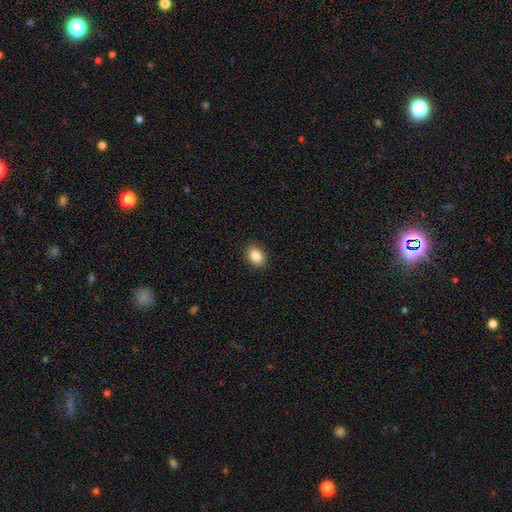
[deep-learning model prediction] Smooth or featured?
  - smooth: 86% *
  - star or artifact: 9%
  - featured or disk: 5%
How rounded?
  - in between: 75% *
  - round: 24%
  - cigar-shaped: 1%
Merging?
  - none: 90% *
  - minor disturbance: 7%
  - major disturbance: 2%
  - merger: 1%